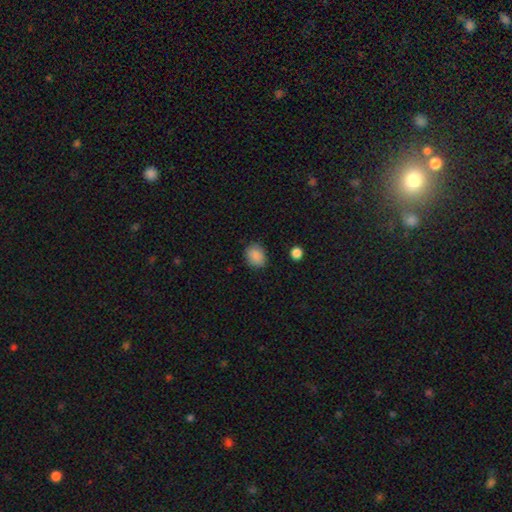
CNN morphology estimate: Overall: smooth (88%). How rounded: round (54%; in between 45%). Merging: none (83%).